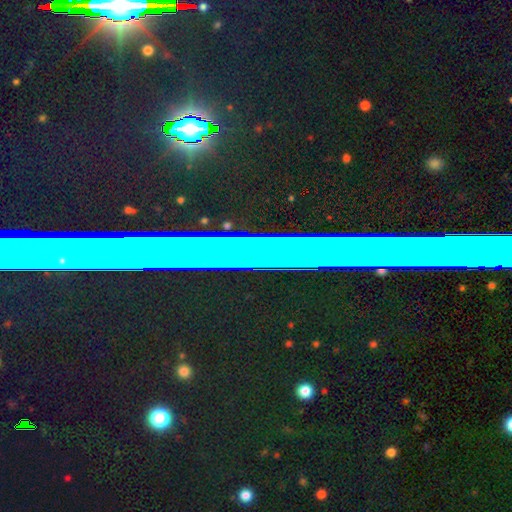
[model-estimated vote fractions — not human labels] Q: Smooth or featured?
A: star or artifact (71%); runner-up: featured or disk (15%)